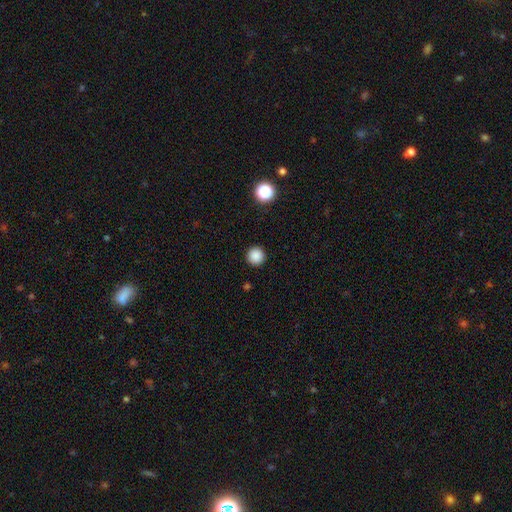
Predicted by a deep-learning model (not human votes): A smooth galaxy with no disk features (86%) that is round (96%). Merging: none (93%).